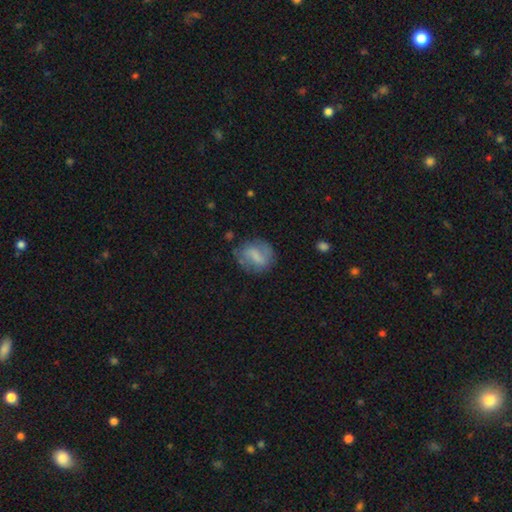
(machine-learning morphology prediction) Q: Smooth or featured?
A: smooth (54%); runner-up: featured or disk (38%)
Q: How rounded?
A: round (56%); runner-up: in between (41%)
Q: Merging?
A: none (65%); runner-up: minor disturbance (22%)